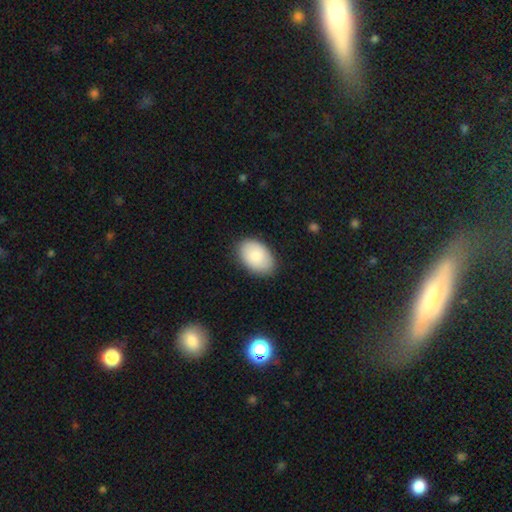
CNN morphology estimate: Q: Smooth or featured?
A: smooth (84%); runner-up: featured or disk (10%)
Q: How rounded?
A: in between (90%); runner-up: round (9%)
Q: Merging?
A: none (85%); runner-up: minor disturbance (12%)